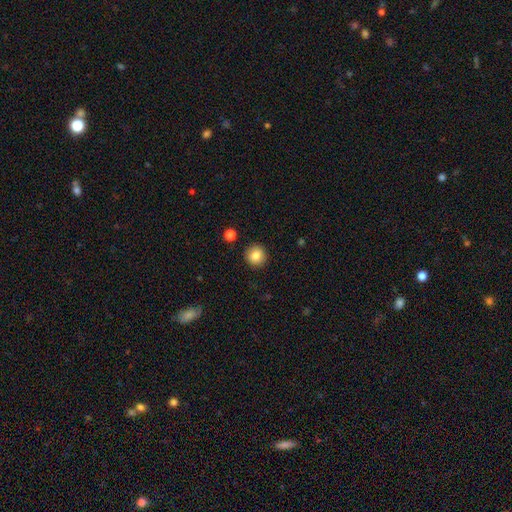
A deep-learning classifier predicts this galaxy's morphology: Overall: smooth (84%). How rounded: round (94%). Merging: none (92%).